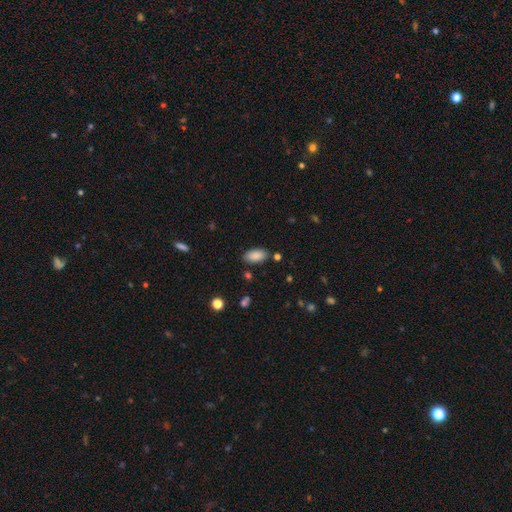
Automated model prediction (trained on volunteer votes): Q: Smooth or featured?
A: smooth (88%); runner-up: star or artifact (7%)
Q: How rounded?
A: in between (93%); runner-up: cigar-shaped (5%)
Q: Merging?
A: none (84%); runner-up: minor disturbance (10%)